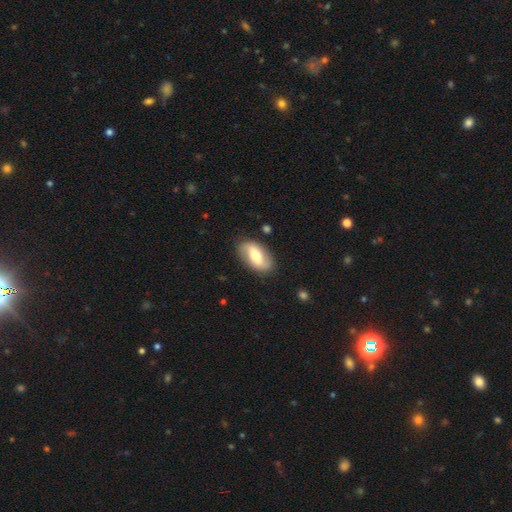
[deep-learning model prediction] Smooth or featured?
  - featured or disk: 53% *
  - smooth: 41%
  - star or artifact: 6%
Edge-on disk?
  - no: 92% *
  - yes: 8%
Merging?
  - none: 83% *
  - minor disturbance: 12%
  - major disturbance: 3%
  - merger: 2%